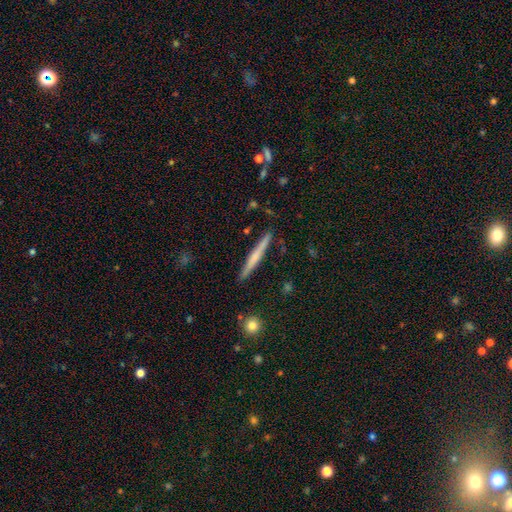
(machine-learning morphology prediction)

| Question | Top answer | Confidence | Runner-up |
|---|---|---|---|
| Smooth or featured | featured or disk | 47% | tied: smooth (47%) |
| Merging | none | 90% | minor disturbance (7%) |